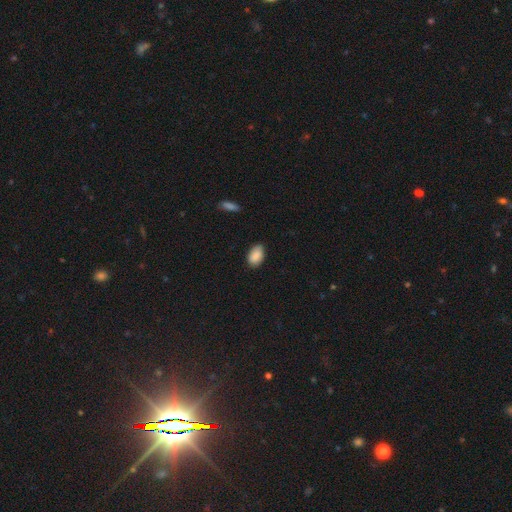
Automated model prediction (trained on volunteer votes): Smooth or featured?
  - smooth: 88% *
  - star or artifact: 7%
  - featured or disk: 5%
How rounded?
  - in between: 90% *
  - round: 8%
  - cigar-shaped: 1%
Merging?
  - none: 79% *
  - minor disturbance: 17%
  - major disturbance: 3%
  - merger: 1%